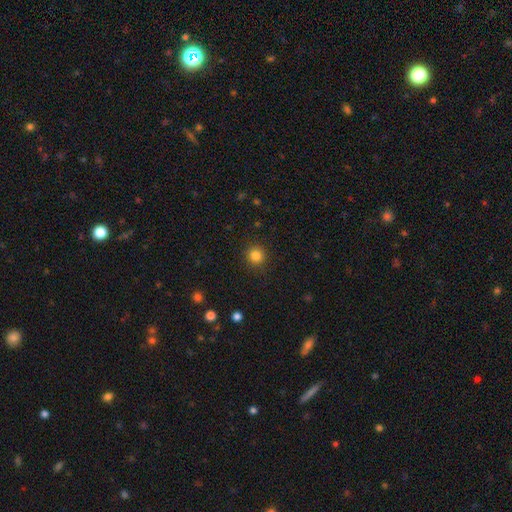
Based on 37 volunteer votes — Volunteers were most divided on "smooth or featured": smooth: 86%, featured or disk: 8%, star or artifact: 5%. More confident: how rounded — round (94%); merging — none (89%).